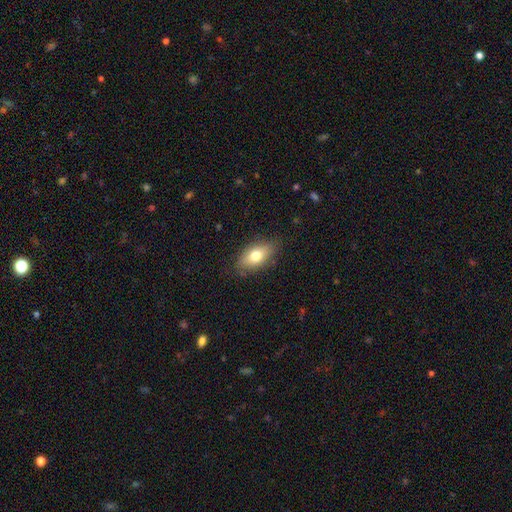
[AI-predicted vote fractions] A smooth galaxy with no disk features (74%) that is in between round and cigar-shaped (86%). Merging: none (81%).